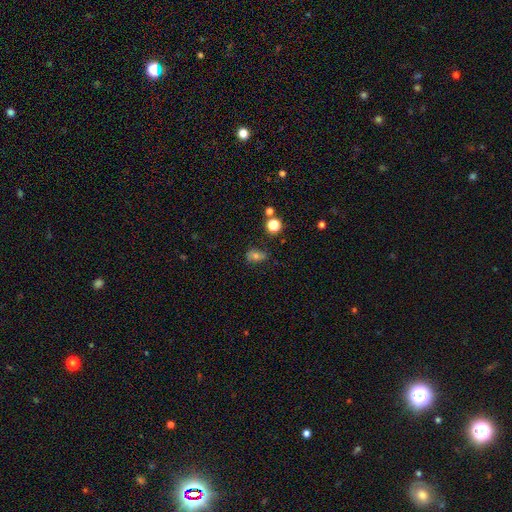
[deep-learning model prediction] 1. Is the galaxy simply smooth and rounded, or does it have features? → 63% smooth, 20% star or artifact, 18% featured or disk.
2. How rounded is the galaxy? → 67% in between, 31% round, 2% cigar-shaped.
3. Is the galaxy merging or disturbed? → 70% none, 21% minor disturbance, 6% major disturbance, 3% merger.